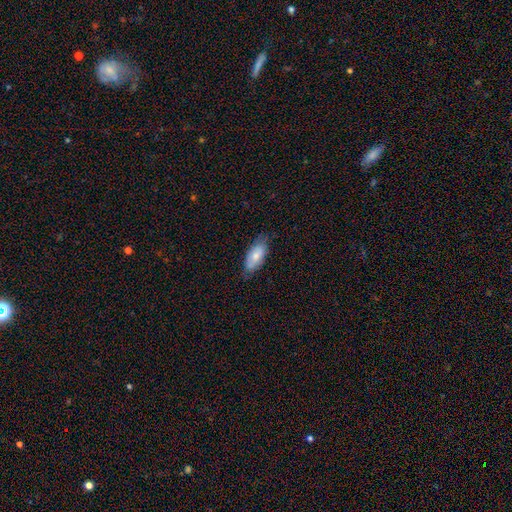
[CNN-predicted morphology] The model was most divided on "smooth or featured": smooth: 69%, featured or disk: 25%, star or artifact: 6%. More confident: how rounded — in between (87%); merging — none (71%).